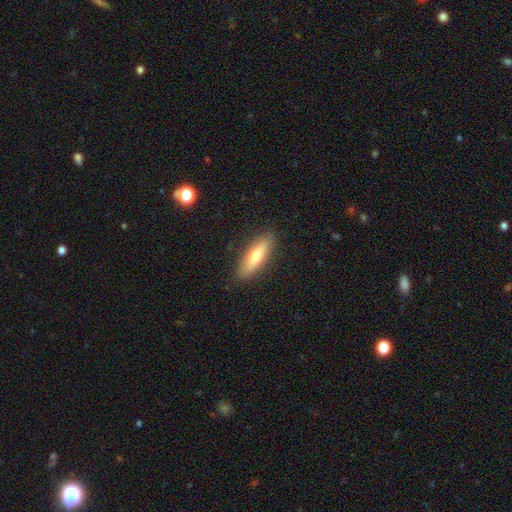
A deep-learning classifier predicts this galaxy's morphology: The model was most divided on "how rounded": cigar-shaped: 61%, in between: 37%, round: 2%. More confident: merging — none (88%); smooth or featured — smooth (61%).